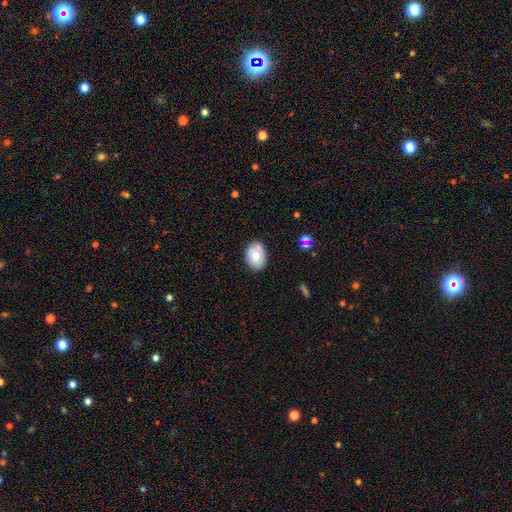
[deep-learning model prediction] The model was most divided on "how rounded": in between: 66%, round: 33%, cigar-shaped: 1%. More confident: merging — none (75%); smooth or featured — smooth (67%).